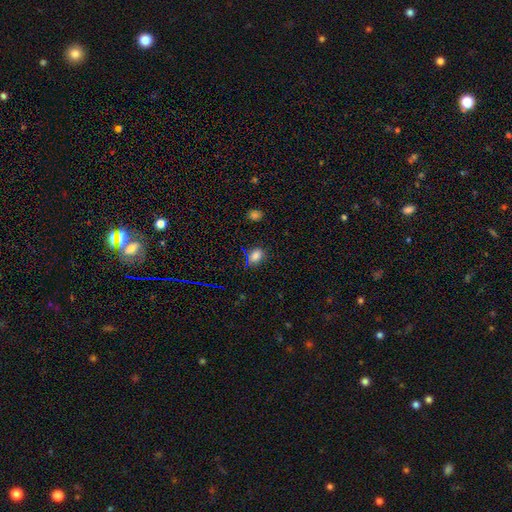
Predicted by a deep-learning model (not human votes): smooth 72%, star or artifact 22%, featured or disk 6%. Down the decision tree: how rounded — in between (56%); merging — none (84%).